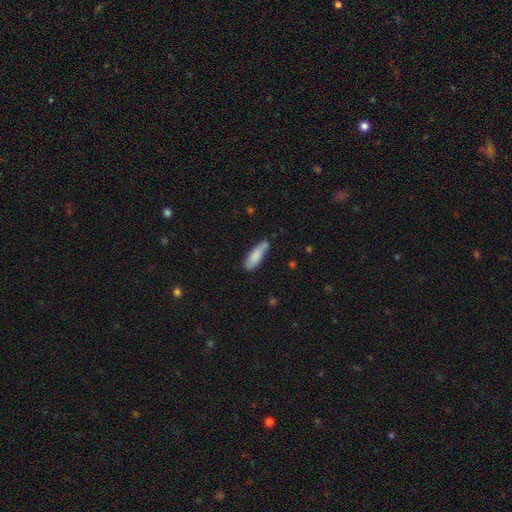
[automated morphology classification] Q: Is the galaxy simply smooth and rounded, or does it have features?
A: smooth — 81%.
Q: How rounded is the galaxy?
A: in between — 49%, tied with cigar-shaped.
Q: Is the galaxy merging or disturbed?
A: none — 61%.